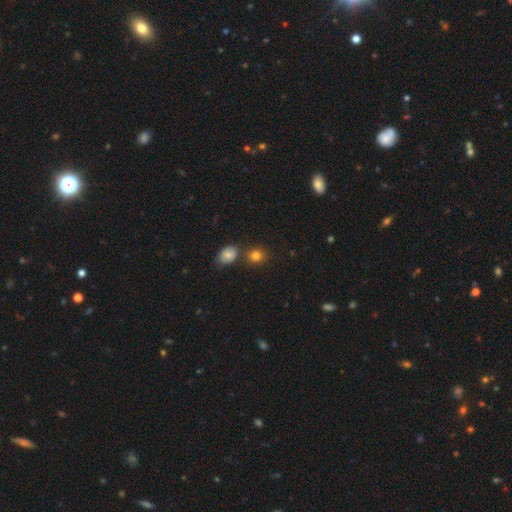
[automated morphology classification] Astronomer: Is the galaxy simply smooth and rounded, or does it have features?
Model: smooth — 82%.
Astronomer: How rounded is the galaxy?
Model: round — 68%.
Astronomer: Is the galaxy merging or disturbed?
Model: none — 70%.